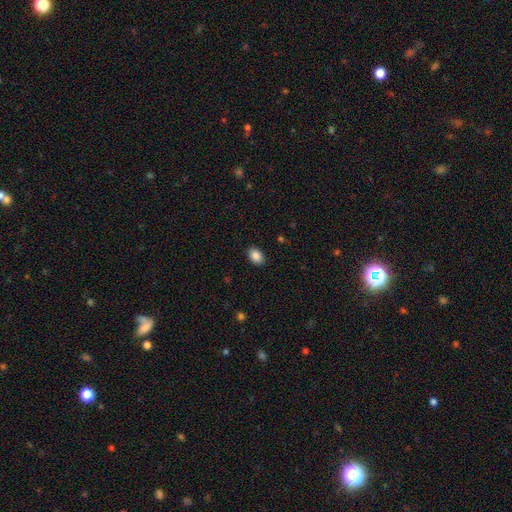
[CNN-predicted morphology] The model was most divided on "how rounded": in between: 84%, round: 15%, cigar-shaped: 1%. More confident: merging — none (90%); smooth or featured — smooth (88%).